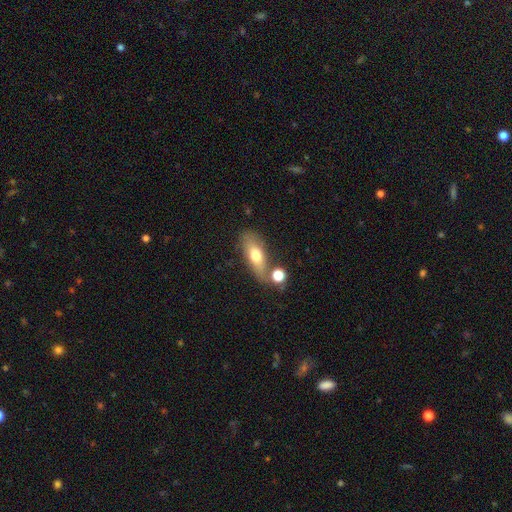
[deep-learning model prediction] Smooth or featured? smooth (66%)
How rounded? in between (66%)
Merging? none (59%)